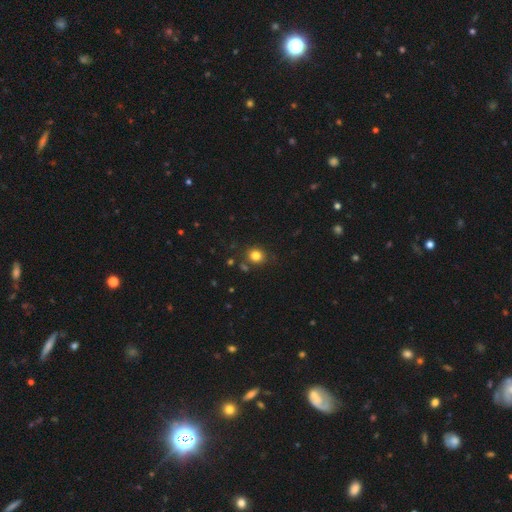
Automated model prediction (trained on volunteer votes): smooth_or_featured: smooth (p=0.81) [alt: star or artifact p=0.13]
how_rounded: round (p=0.81) [alt: in between p=0.18]
merging: none (p=0.81) [alt: minor disturbance p=0.10]